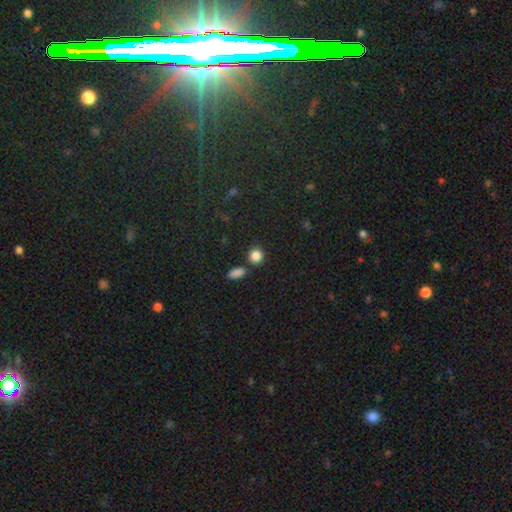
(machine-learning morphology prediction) Smooth or featured? smooth (84%)
How rounded? round (84%)
Merging? none (78%)